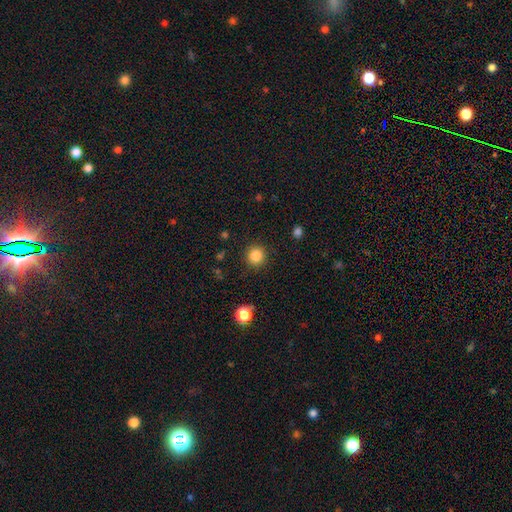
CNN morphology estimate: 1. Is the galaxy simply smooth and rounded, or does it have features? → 85% smooth, 11% star or artifact, 4% featured or disk.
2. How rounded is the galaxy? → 93% round, 6% in between, 1% cigar-shaped.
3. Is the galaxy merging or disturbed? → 90% none, 6% minor disturbance, 2% major disturbance, 1% merger.